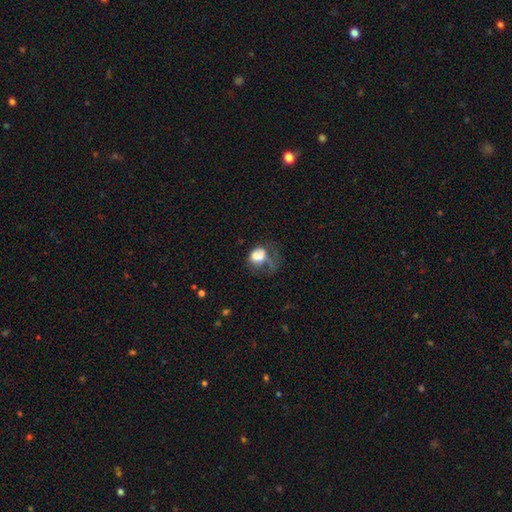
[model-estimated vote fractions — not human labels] Smooth or featured? Predicted: smooth (p=0.59). How rounded? Predicted: in between (p=0.53). Merging? Predicted: major disturbance (p=0.46).